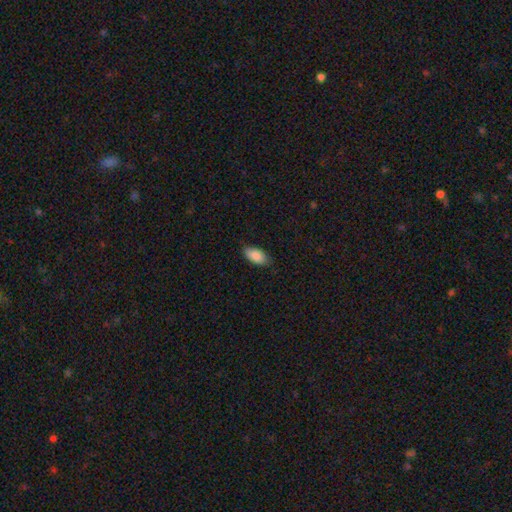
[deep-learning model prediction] smooth-or-featured: smooth: 89% | star or artifact: 6% | featured or disk: 5%
  how-rounded: in between: 93% | cigar-shaped: 5% | round: 3%
  merging: none: 82% | minor disturbance: 14% | major disturbance: 3% | merger: 1%